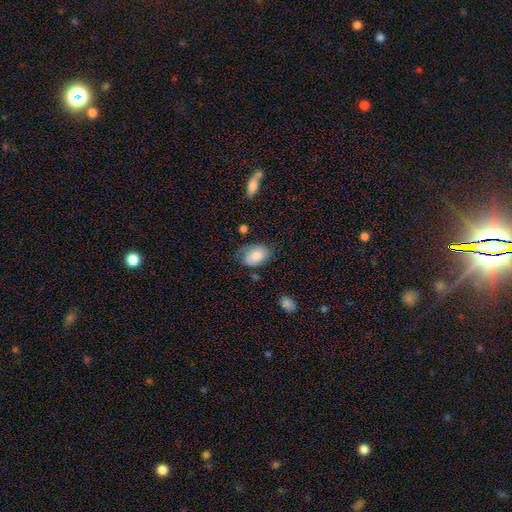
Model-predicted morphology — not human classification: A smooth galaxy with no disk features (80%) that is in between round and cigar-shaped (88%).

Vote fractions:
- Smooth or featured? smooth: 80% / featured or disk: 13% / star or artifact: 7%
- How rounded? in between: 88% / round: 11% / cigar-shaped: 1%
- Merging? none: 58% / minor disturbance: 30% / major disturbance: 9% / merger: 3%